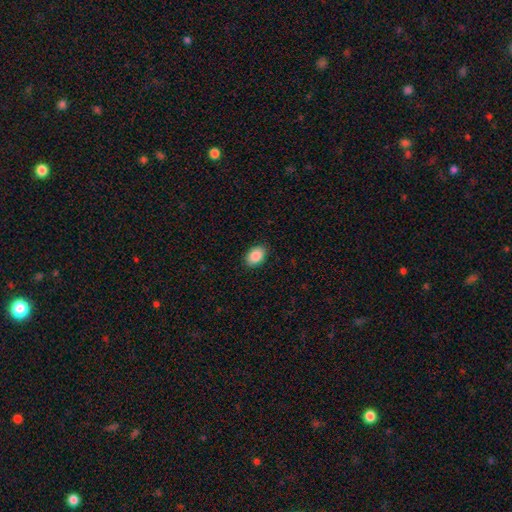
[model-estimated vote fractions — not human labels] Smooth or featured: smooth — 89% (star or artifact — 7%)
How rounded: in between — 86% (round — 13%)
Merging: none — 89% (minor disturbance — 9%)